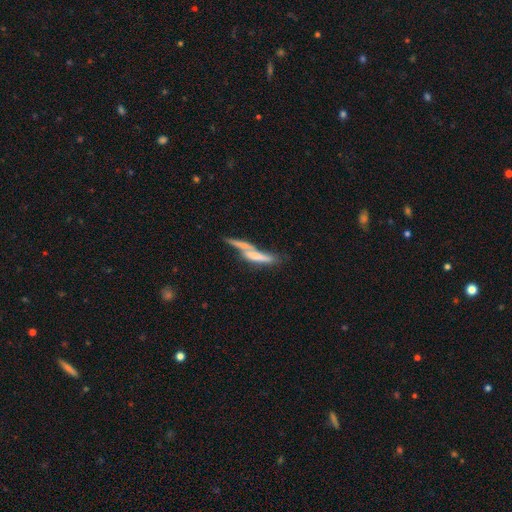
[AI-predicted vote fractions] Smooth or featured? Predicted: smooth (p=0.50). How rounded? Predicted: cigar-shaped (p=0.82). Merging? Predicted: merger (p=0.50).